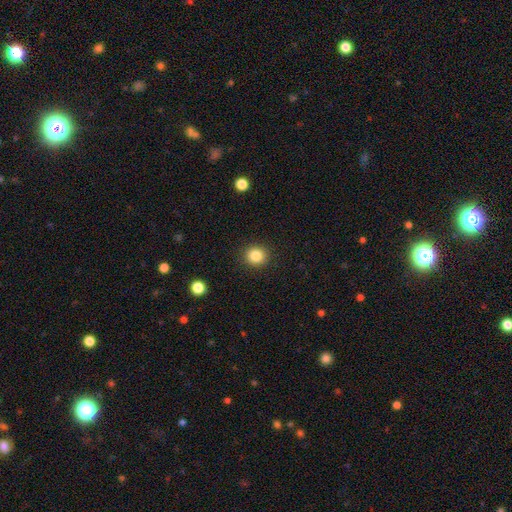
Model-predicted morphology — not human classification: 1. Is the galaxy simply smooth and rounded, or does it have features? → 85% smooth, 11% star or artifact, 5% featured or disk.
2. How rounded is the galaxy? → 88% round, 11% in between, 1% cigar-shaped.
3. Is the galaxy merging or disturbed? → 91% none, 6% minor disturbance, 2% major disturbance, 1% merger.